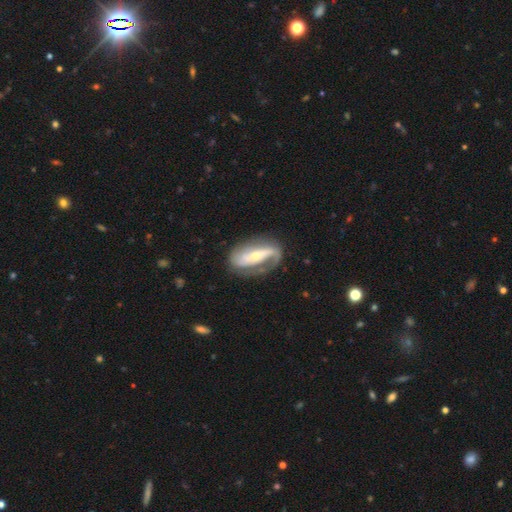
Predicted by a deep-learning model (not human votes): Morphology: type=featured or disk (79%); edge-on=no (91%); bar=strong (47%); spiral arms=yes (88%); winding=loose (38%); arm count=2 (65%); bulge=small (54%); merging=none (63%).